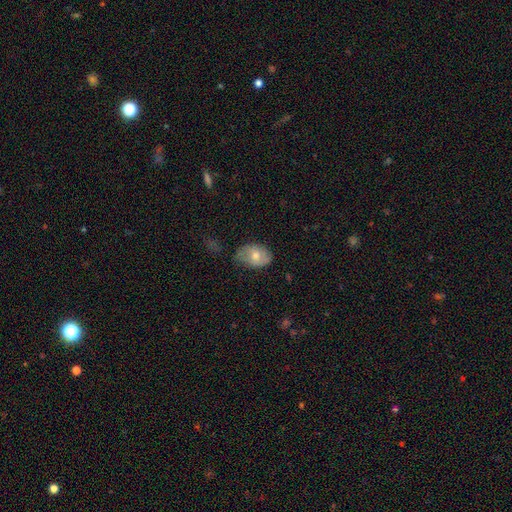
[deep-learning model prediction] Smooth or featured? smooth (62%)
How rounded? in between (84%)
Merging? none (64%)